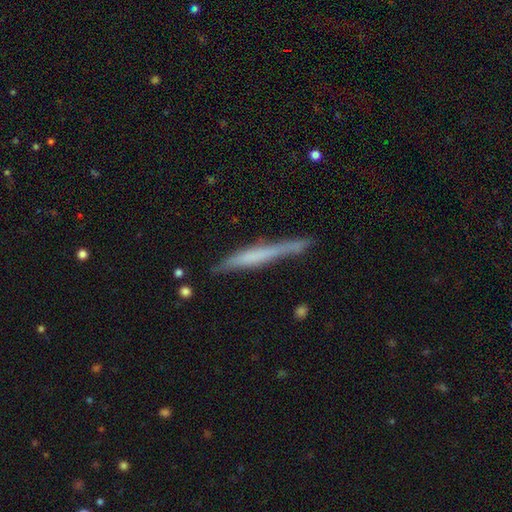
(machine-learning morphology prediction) smooth_or_featured: featured or disk (p=0.51) [alt: smooth p=0.43]
disk_edge_on: yes (p=0.95) [alt: no p=0.05]
merging: none (p=0.76) [alt: minor disturbance p=0.17]